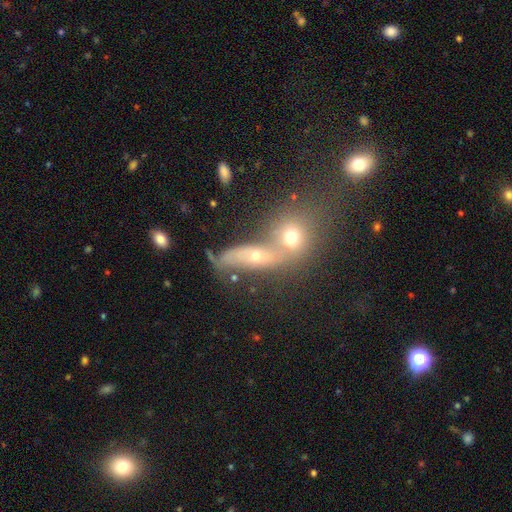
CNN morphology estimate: smooth-or-featured: smooth: 46% | featured or disk: 38% | star or artifact: 15%
  merging: merger: 48% | none: 33% | minor disturbance: 11% | major disturbance: 8%